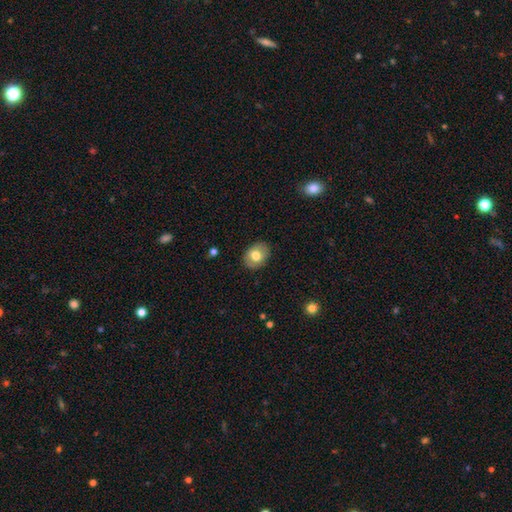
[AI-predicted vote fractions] smooth 72%, featured or disk 21%, star or artifact 7%. Down the decision tree: how rounded — in between (69%); merging — none (85%).